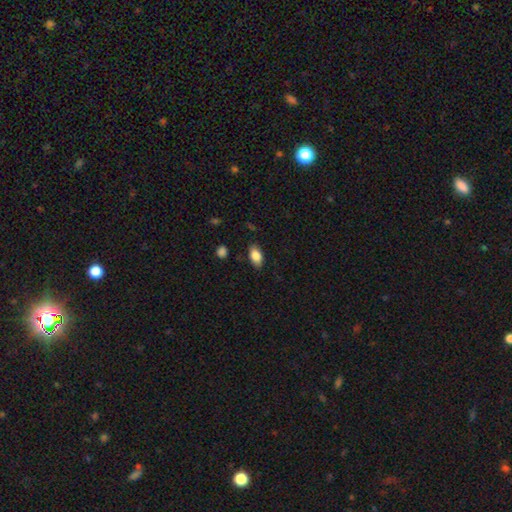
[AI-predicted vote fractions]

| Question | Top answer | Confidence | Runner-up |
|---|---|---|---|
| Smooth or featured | smooth | 85% | featured or disk (8%) |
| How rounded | in between | 91% | round (6%) |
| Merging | none | 84% | minor disturbance (12%) |